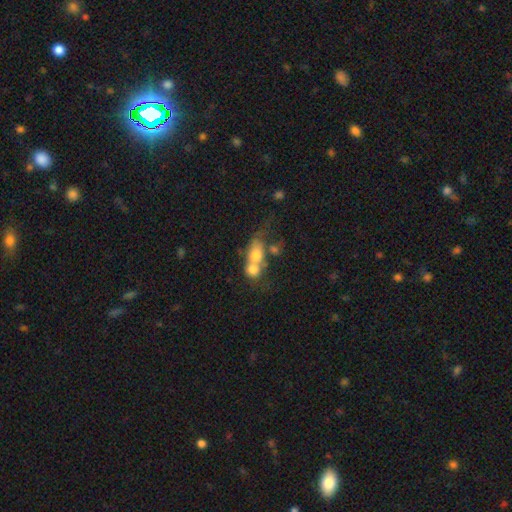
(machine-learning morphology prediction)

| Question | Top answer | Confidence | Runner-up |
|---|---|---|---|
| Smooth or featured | smooth | 66% | featured or disk (24%) |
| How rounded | in between | 55% | round (40%) |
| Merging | merger | 69% | none (15%) |